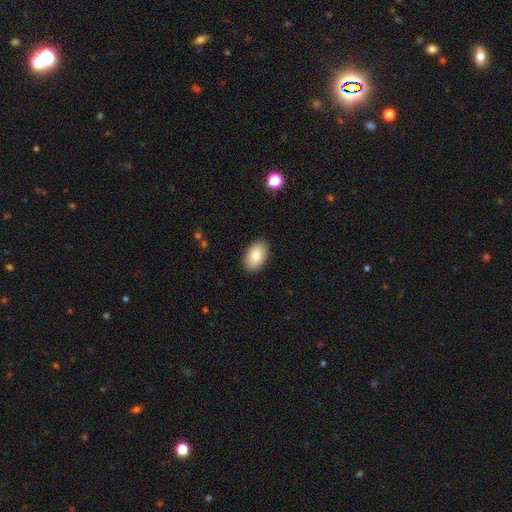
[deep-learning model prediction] A smooth galaxy with no disk features (81%) that is in between round and cigar-shaped (92%). Merging: none (89%).